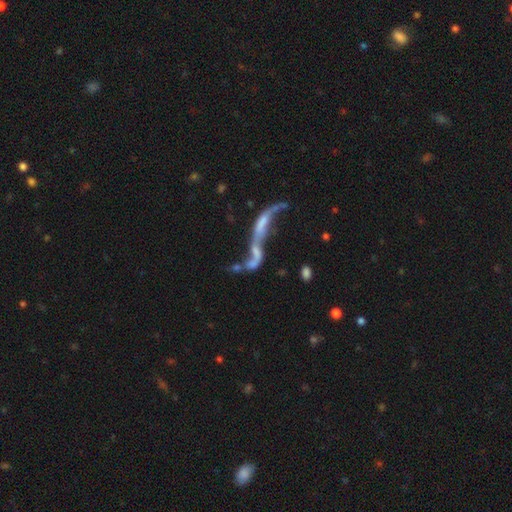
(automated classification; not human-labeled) smooth-or-featured: featured or disk: 53% | smooth: 33% | star or artifact: 14%
  disk-edge-on: no: 88% | yes: 12%
  merging: merger: 67% | major disturbance: 18% | none: 10% | minor disturbance: 5%